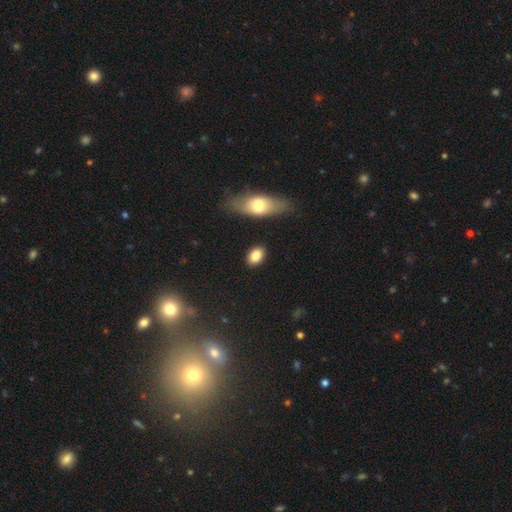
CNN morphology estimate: A smooth galaxy with no disk features (85%) that is in between round and cigar-shaped (81%).

Vote fractions:
- Smooth or featured? smooth: 85% / star or artifact: 7% / featured or disk: 7%
- How rounded? in between: 81% / round: 17% / cigar-shaped: 3%
- Merging? none: 85% / minor disturbance: 9% / merger: 3% / major disturbance: 3%